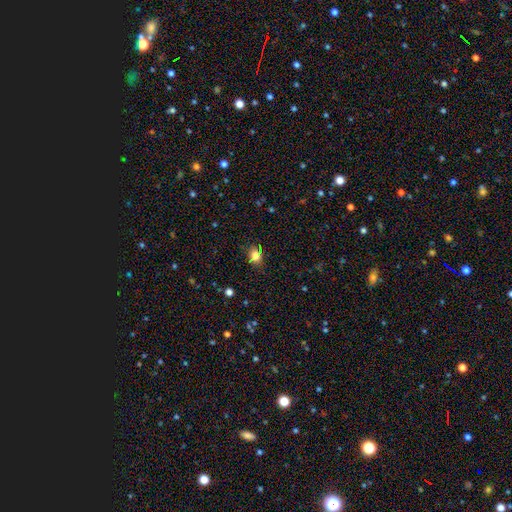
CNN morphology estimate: This appears to be a smooth galaxy with no disk features (76%) that is round (60%). Merging: none (79%).